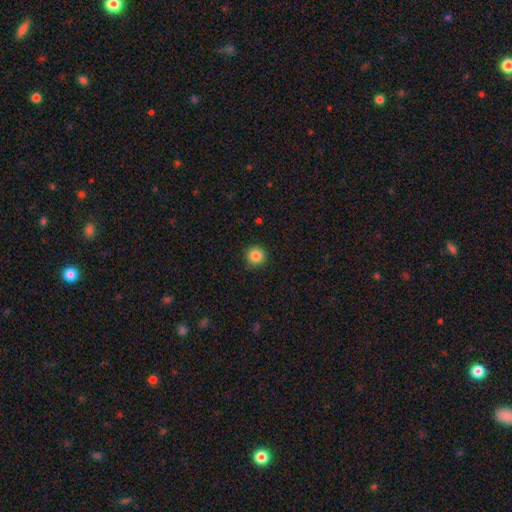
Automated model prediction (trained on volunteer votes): The model was most divided on "smooth or featured": smooth: 86%, star or artifact: 10%, featured or disk: 4%. More confident: how rounded — round (95%); merging — none (91%).